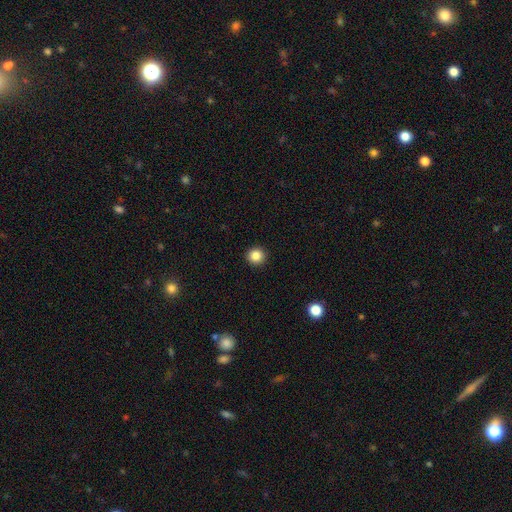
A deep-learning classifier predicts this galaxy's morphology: This is clearly a smooth galaxy (85%). How rounded: clearly round (93%). Merging: clearly none (93%).